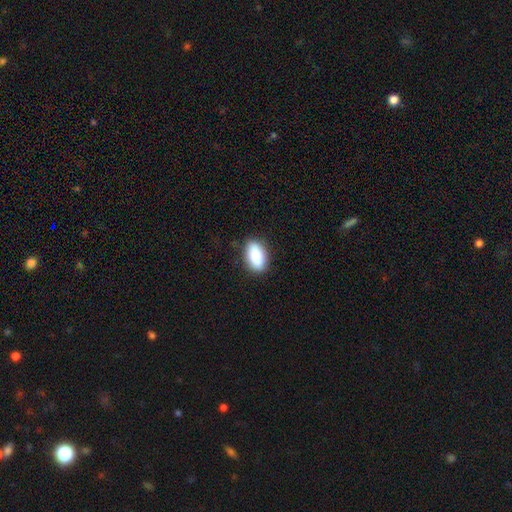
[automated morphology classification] A smooth galaxy with no disk features (87%) that is in between round and cigar-shaped (92%). Merging: none (85%).